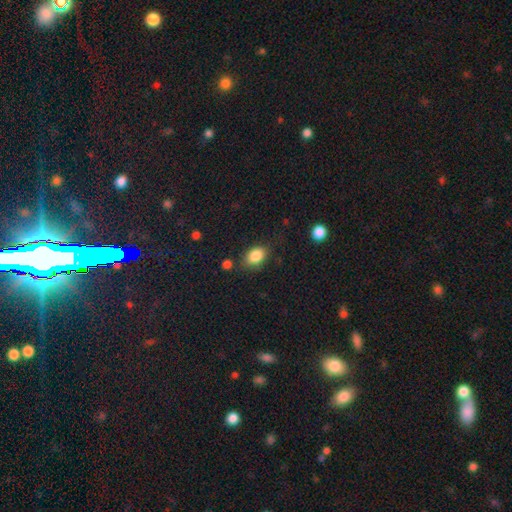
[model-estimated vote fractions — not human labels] Smooth or featured?
  - smooth: 85% *
  - star or artifact: 9%
  - featured or disk: 6%
How rounded?
  - in between: 80% *
  - round: 19%
  - cigar-shaped: 2%
Merging?
  - none: 72% *
  - minor disturbance: 20%
  - major disturbance: 5%
  - merger: 4%